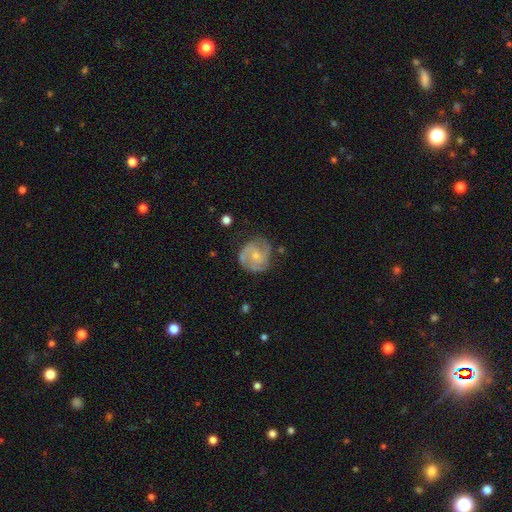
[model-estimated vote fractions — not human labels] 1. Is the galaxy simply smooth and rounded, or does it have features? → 74% featured or disk, 20% smooth, 6% star or artifact.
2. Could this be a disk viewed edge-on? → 98% no, 2% yes.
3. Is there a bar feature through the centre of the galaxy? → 66% no, 29% weak, 5% strong.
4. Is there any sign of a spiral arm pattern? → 90% yes, 10% no.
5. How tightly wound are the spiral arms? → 45% medium, 41% tight, 14% loose.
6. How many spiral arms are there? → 52% 2, 21% 3, 16% can't tell, 4% 1, 3% 4, 3% more than 4.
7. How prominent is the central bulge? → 65% small, 29% moderate, 4% none, 1% large, 1% dominant.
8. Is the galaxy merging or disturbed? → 69% none, 21% minor disturbance, 8% major disturbance, 2% merger.